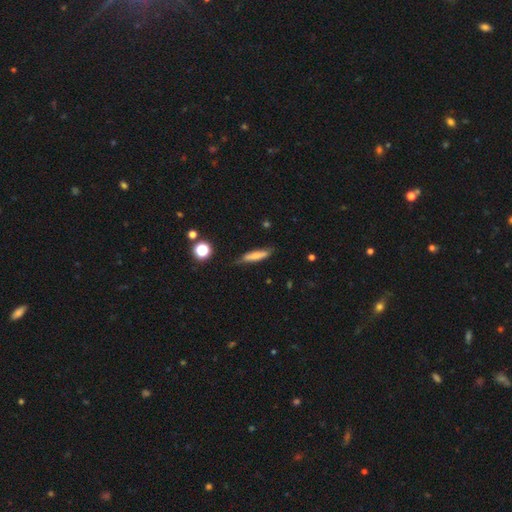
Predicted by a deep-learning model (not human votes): smooth_or_featured: smooth (p=0.67) [alt: featured or disk p=0.25]
how_rounded: cigar-shaped (p=0.80) [alt: in between p=0.18]
merging: none (p=0.74) [alt: minor disturbance p=0.20]